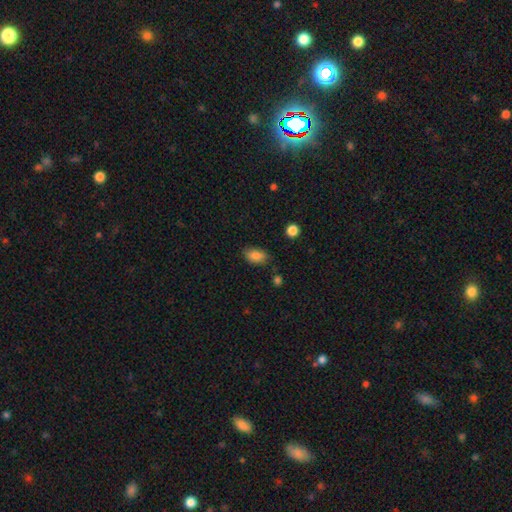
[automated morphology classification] Smooth or featured? Predicted: smooth (p=0.86). How rounded? Predicted: in between (p=0.91). Merging? Predicted: none (p=0.79).